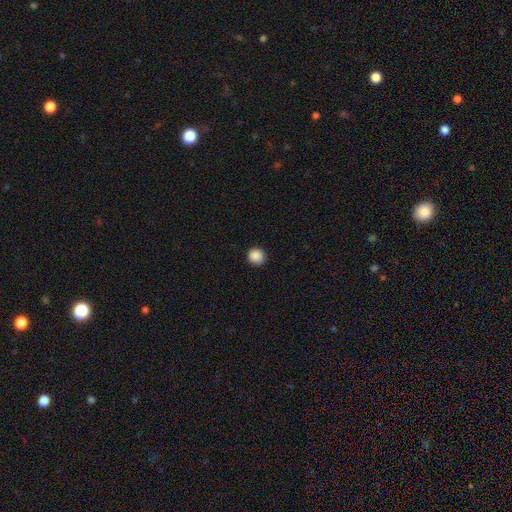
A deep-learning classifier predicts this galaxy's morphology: smooth 88%, star or artifact 9%, featured or disk 2%. Down the decision tree: how rounded — round (94%); merging — none (92%).